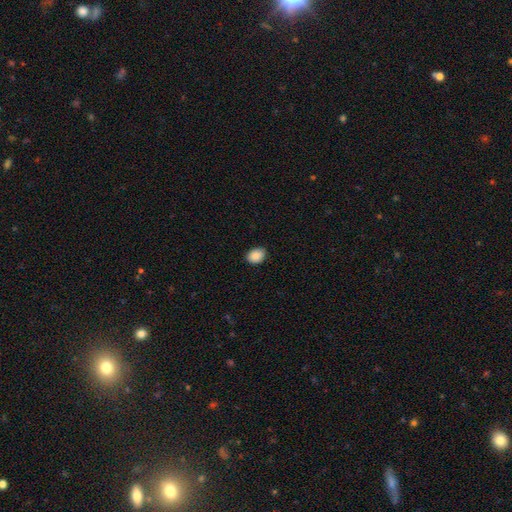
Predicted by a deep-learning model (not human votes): A smooth galaxy with no disk features (88%) that is in between round and cigar-shaped (68%). Merging: none (84%).